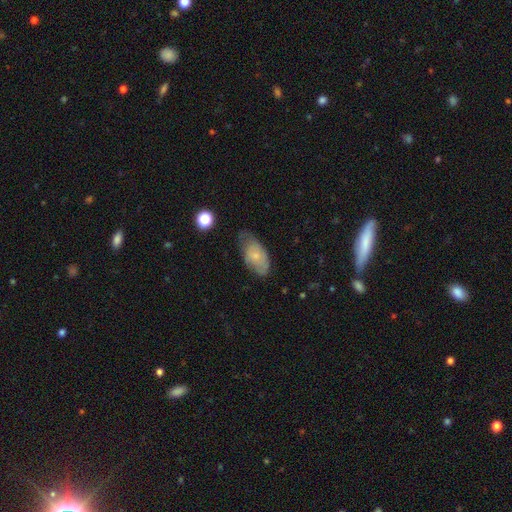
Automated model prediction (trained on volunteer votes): This is likely a smooth galaxy (60%). How rounded: clearly in between (92%). Merging: possibly none (48%).